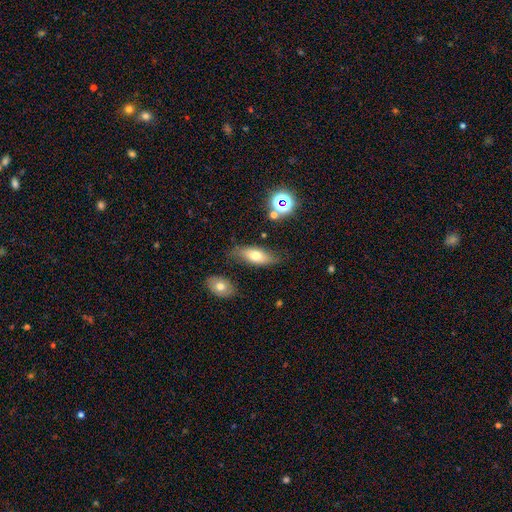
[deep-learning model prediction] A smooth galaxy with no disk features (66%) that is in between round and cigar-shaped (78%).

Vote fractions:
- Smooth or featured? smooth: 66% / featured or disk: 24% / star or artifact: 10%
- How rounded? in between: 78% / cigar-shaped: 18% / round: 4%
- Merging? none: 71% / minor disturbance: 19% / major disturbance: 5% / merger: 5%